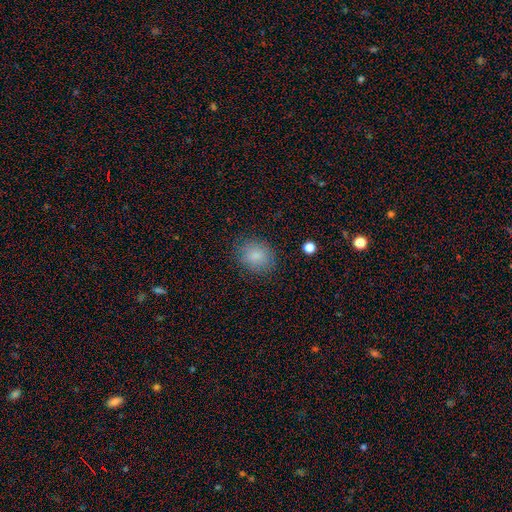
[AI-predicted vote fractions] Smooth or featured? Predicted: smooth (p=0.85). How rounded? Predicted: round (p=0.57). Merging? Predicted: none (p=0.82).